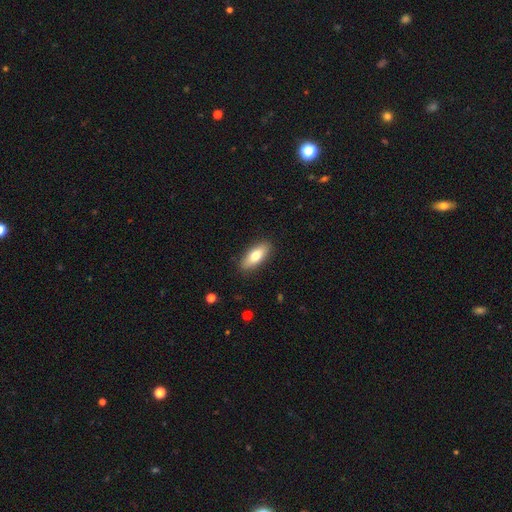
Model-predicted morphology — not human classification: Smooth or featured? smooth (74%)
How rounded? in between (77%)
Merging? none (88%)